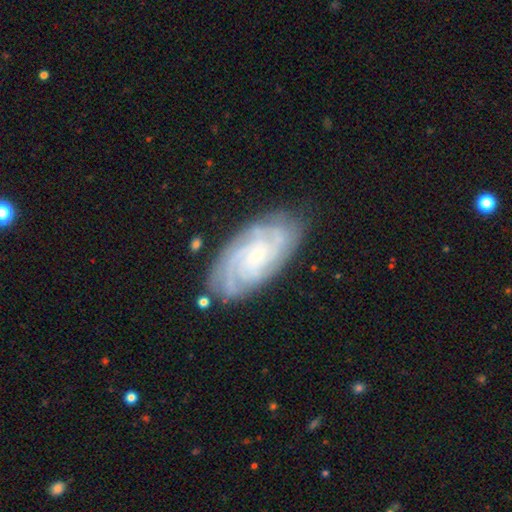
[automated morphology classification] Smooth or featured? Predicted: featured or disk (p=0.83). Edge-on disk? Predicted: no (p=0.95). Bar? Predicted: no (p=0.64). Spiral arms? Predicted: yes (p=0.97). Spiral winding? Predicted: tight (p=0.75). Spiral arm count? Predicted: 4 (p=0.30). Bulge size? Predicted: small (p=0.71). Merging? Predicted: none (p=0.79).